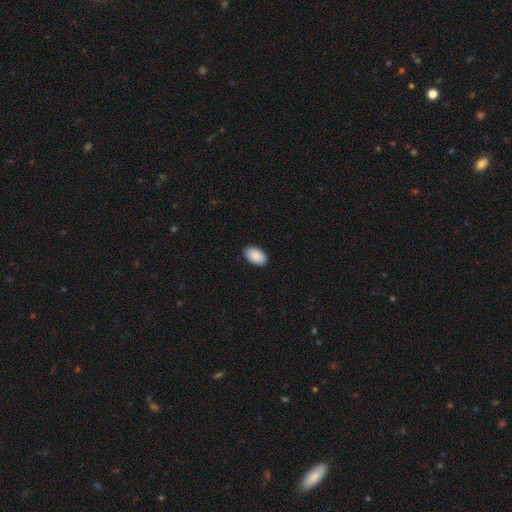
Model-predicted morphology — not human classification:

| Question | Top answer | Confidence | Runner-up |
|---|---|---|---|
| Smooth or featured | smooth | 90% | star or artifact (6%) |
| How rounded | in between | 94% | round (5%) |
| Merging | none | 90% | minor disturbance (8%) |